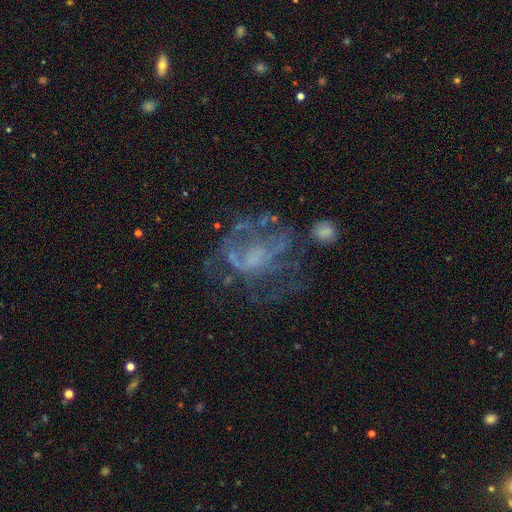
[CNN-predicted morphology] Smooth or featured?
  - featured or disk: 66% *
  - star or artifact: 17%
  - smooth: 17%
Edge-on disk?
  - no: 97% *
  - yes: 3%
Bar?
  - no: 74% *
  - weak: 20%
  - strong: 5%
Spiral arms?
  - no: 60% *
  - yes: 40%
Bulge size?
  - none: 52% *
  - small: 25%
  - moderate: 18%
  - large: 4%
  - dominant: 1%
Merging?
  - none: 42% *
  - major disturbance: 35%
  - minor disturbance: 17%
  - merger: 6%